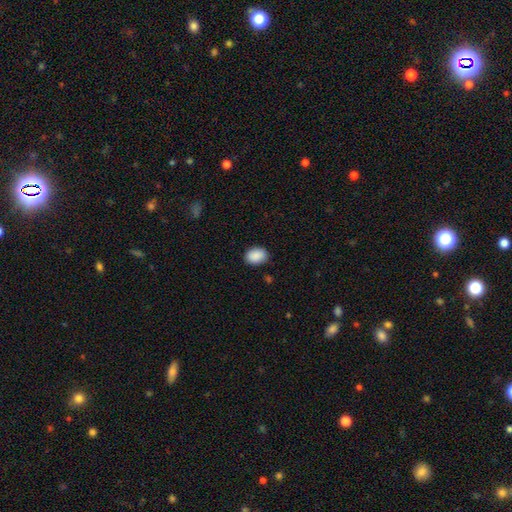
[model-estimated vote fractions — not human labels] Smooth or featured?
  - smooth: 90% *
  - star or artifact: 7%
  - featured or disk: 3%
How rounded?
  - in between: 74% *
  - round: 26%
  - cigar-shaped: 1%
Merging?
  - none: 87% *
  - minor disturbance: 9%
  - major disturbance: 2%
  - merger: 1%